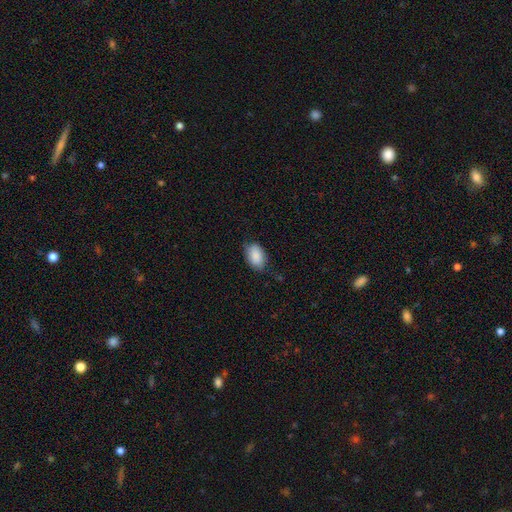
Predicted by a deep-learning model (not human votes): Smooth or featured?
  - smooth: 86% *
  - featured or disk: 7%
  - star or artifact: 6%
How rounded?
  - in between: 91% *
  - round: 8%
  - cigar-shaped: 1%
Merging?
  - none: 71% *
  - minor disturbance: 23%
  - major disturbance: 4%
  - merger: 1%